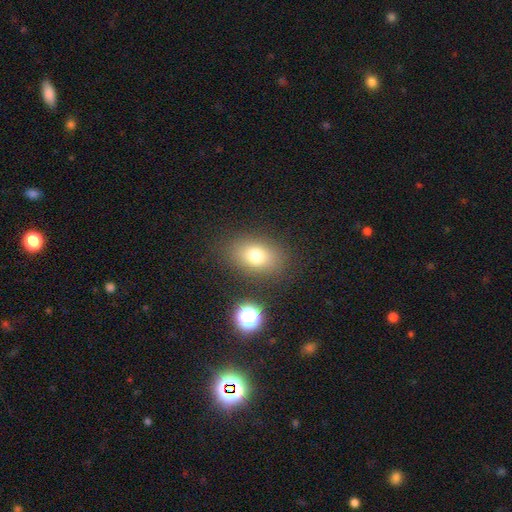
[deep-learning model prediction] smooth 76%, star or artifact 13%, featured or disk 11%. Down the decision tree: how rounded — in between (74%); merging — none (83%).